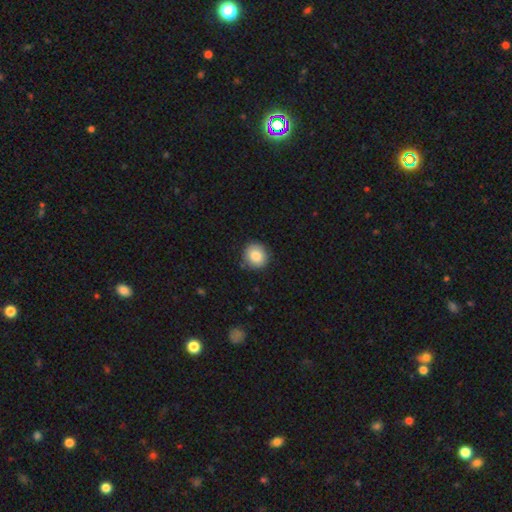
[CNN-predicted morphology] smooth-or-featured: smooth: 84% | star or artifact: 9% | featured or disk: 7%
  how-rounded: round: 88% | in between: 11% | cigar-shaped: 1%
  merging: none: 86% | minor disturbance: 10% | major disturbance: 2% | merger: 1%